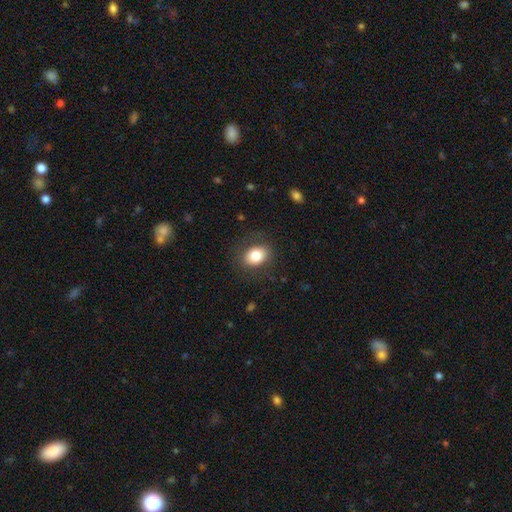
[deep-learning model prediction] smooth 81%, featured or disk 11%, star or artifact 8%. Down the decision tree: how rounded — in between (66%); merging — none (82%).